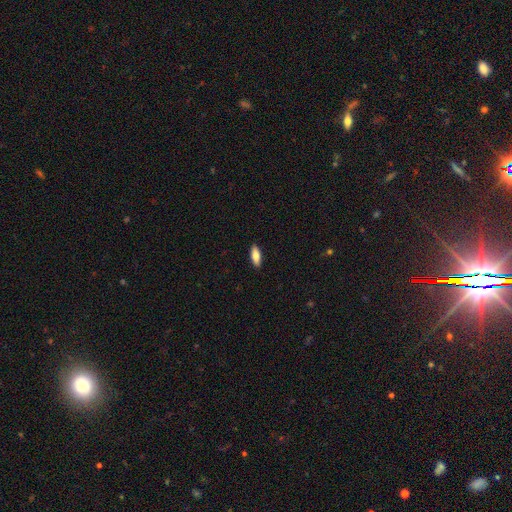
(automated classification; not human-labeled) Smooth or featured? smooth (80%)
How rounded? in between (68%)
Merging? none (90%)